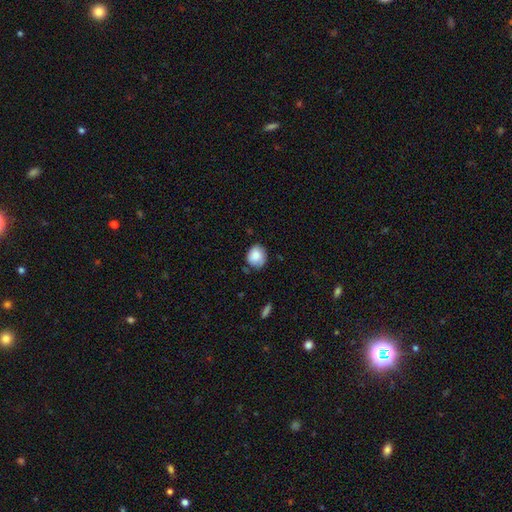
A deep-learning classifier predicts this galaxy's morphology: This is clearly a smooth galaxy (81%). How rounded: likely round (72%). Merging: likely none (68%).